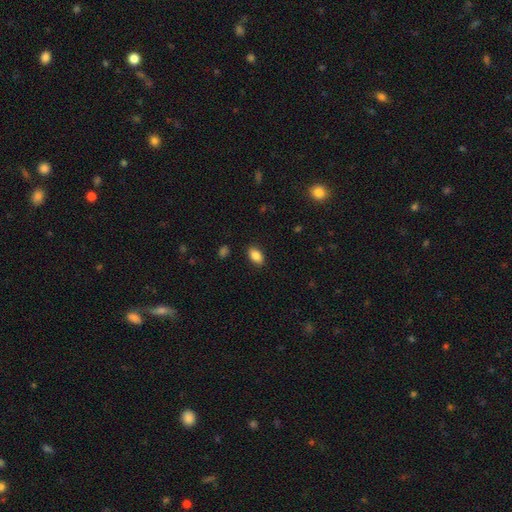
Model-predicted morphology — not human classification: This is clearly a smooth galaxy (86%). How rounded: clearly in between (91%). Merging: clearly none (88%).